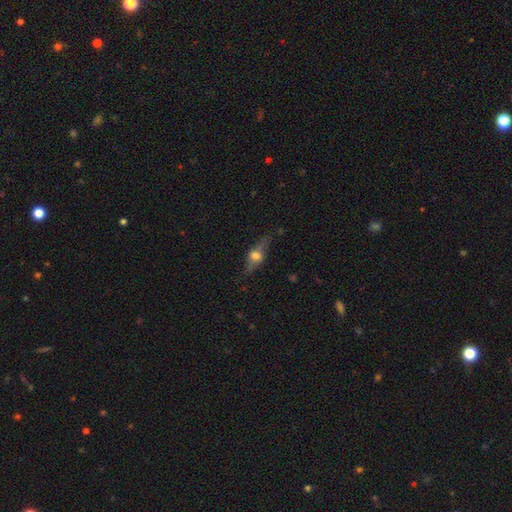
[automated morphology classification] featured or disk 54%, smooth 37%, star or artifact 8%. Down the decision tree: edge-on disk — yes (87%); merging — none (75%).